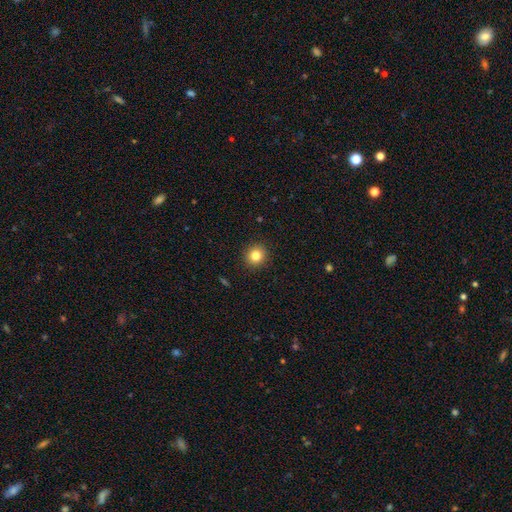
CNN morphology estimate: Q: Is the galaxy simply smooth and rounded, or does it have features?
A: smooth — 82%.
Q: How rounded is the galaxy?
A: round — 91%.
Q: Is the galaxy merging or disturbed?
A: none — 92%.